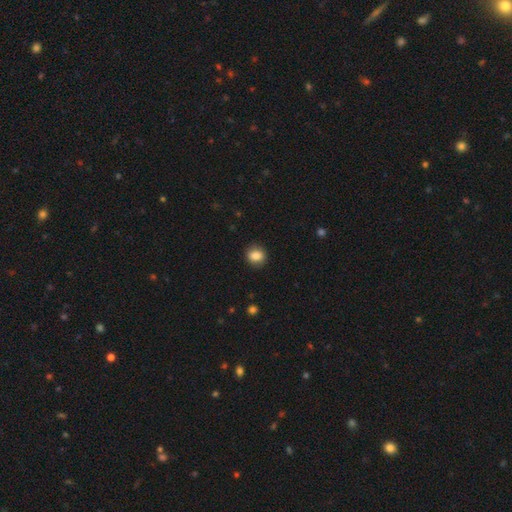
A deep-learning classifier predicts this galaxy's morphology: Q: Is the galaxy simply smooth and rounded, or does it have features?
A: smooth — 86%.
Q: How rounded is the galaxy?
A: round — 67%.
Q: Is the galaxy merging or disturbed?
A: none — 87%.